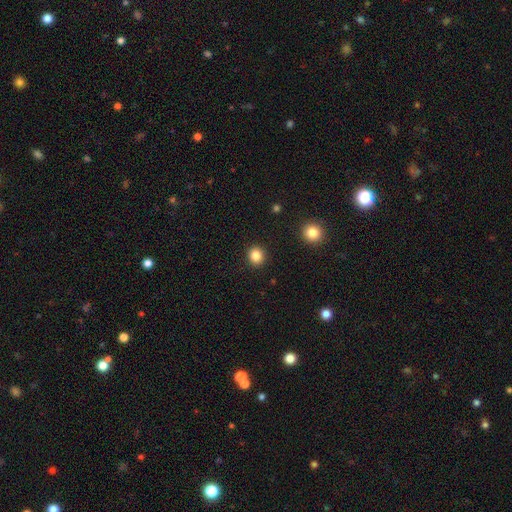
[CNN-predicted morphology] A smooth galaxy with no disk features (85%) that is round (86%).

Vote fractions:
- Smooth or featured? smooth: 85% / star or artifact: 11% / featured or disk: 4%
- How rounded? round: 86% / in between: 13% / cigar-shaped: 1%
- Merging? none: 92% / minor disturbance: 5% / major disturbance: 2% / merger: 1%